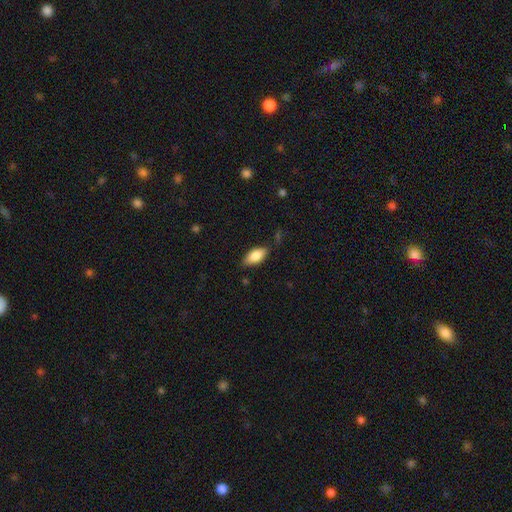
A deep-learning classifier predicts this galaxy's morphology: Overall: smooth (82%). How rounded: in between (89%). Merging: none (78%).